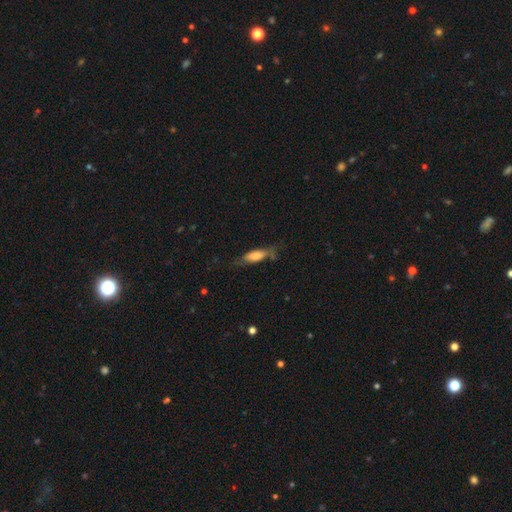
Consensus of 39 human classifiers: smooth 72%, featured or disk 23%, star or artifact 5%. Down the decision tree: how rounded — in between (79%); merging — minor disturbance (43%).